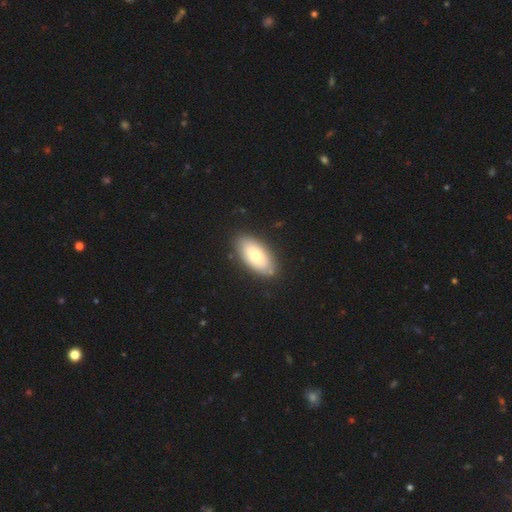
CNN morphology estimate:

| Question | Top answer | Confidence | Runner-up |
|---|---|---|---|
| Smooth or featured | smooth | 69% | featured or disk (25%) |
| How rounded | in between | 92% | cigar-shaped (5%) |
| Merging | none | 83% | minor disturbance (12%) |